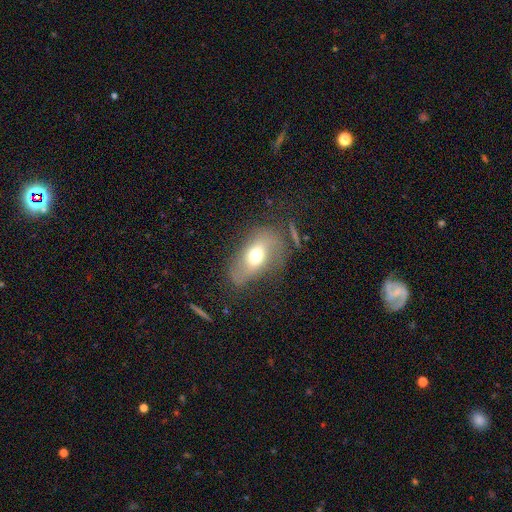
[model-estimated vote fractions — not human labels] Smooth or featured: smooth — 50% (featured or disk — 40%)
Merging: none — 60% (minor disturbance — 23%)